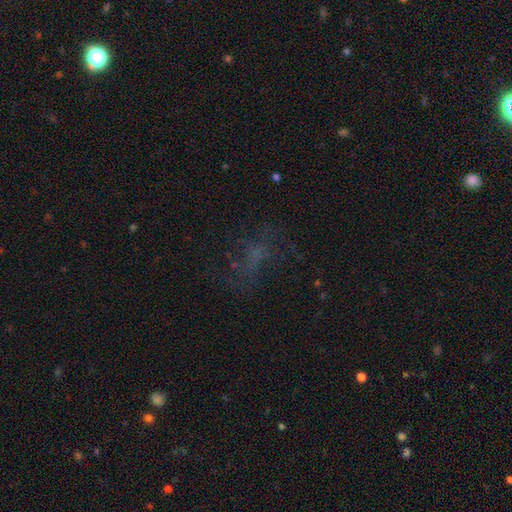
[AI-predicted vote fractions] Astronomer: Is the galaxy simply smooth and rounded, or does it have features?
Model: star or artifact — 36% (runner-up: smooth, 32%).